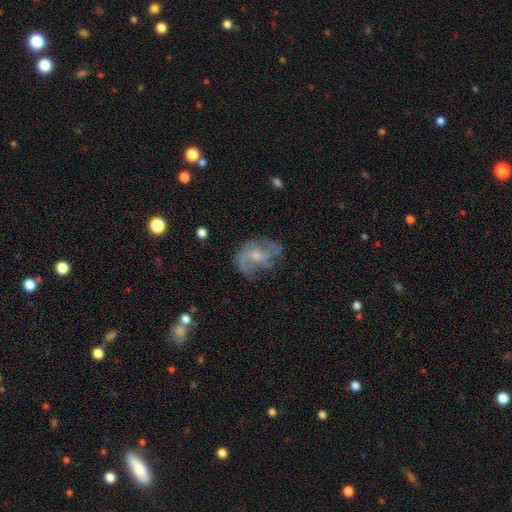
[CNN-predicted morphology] Q: Smooth or featured?
A: featured or disk (65%); runner-up: smooth (25%)
Q: Edge-on disk?
A: no (97%); runner-up: yes (3%)
Q: Bar?
A: no (63%); runner-up: weak (31%)
Q: Spiral arms?
A: yes (77%); runner-up: no (23%)
Q: Bulge size?
A: small (57%); runner-up: moderate (31%)
Q: Merging?
A: none (54%); runner-up: minor disturbance (24%)